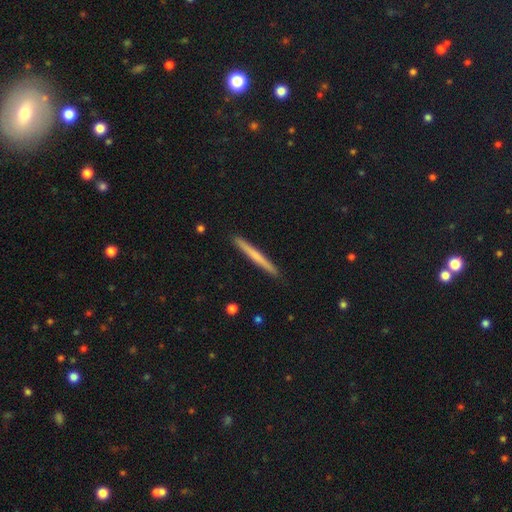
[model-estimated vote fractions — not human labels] Smooth or featured: smooth — 55% (featured or disk — 39%)
How rounded: cigar-shaped — 97% (in between — 2%)
Merging: none — 93% (minor disturbance — 5%)